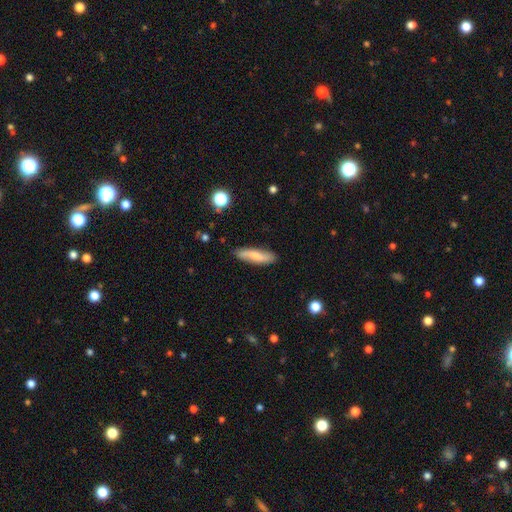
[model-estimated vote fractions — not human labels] The model was most divided on "smooth or featured": smooth: 66%, featured or disk: 28%, star or artifact: 6%. More confident: merging — none (85%); how rounded — cigar-shaped (68%).